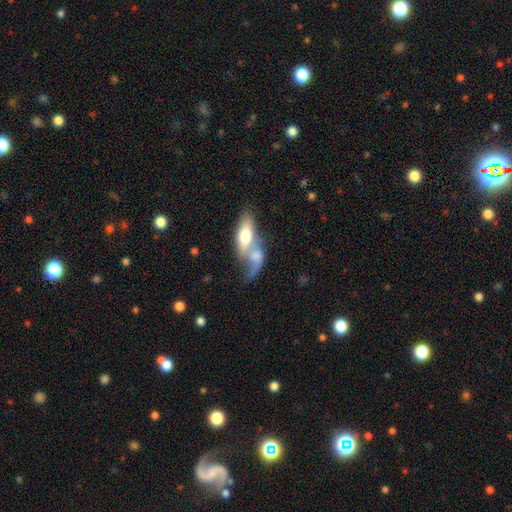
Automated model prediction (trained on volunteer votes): A smooth galaxy with no disk features (56%) that is in between round and cigar-shaped (70%).

Vote fractions:
- Smooth or featured? smooth: 56% / featured or disk: 37% / star or artifact: 7%
- How rounded? in between: 70% / cigar-shaped: 22% / round: 8%
- Merging? merger: 73% / none: 12% / major disturbance: 9% / minor disturbance: 7%